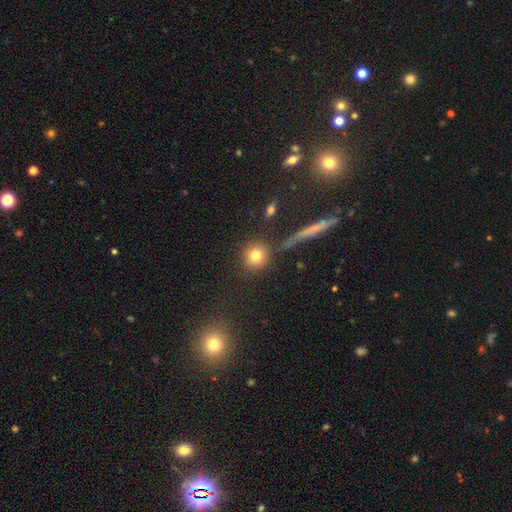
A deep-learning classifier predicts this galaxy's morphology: Smooth or featured? Predicted: smooth (p=0.79). How rounded? Predicted: round (p=0.90). Merging? Predicted: none (p=0.81).